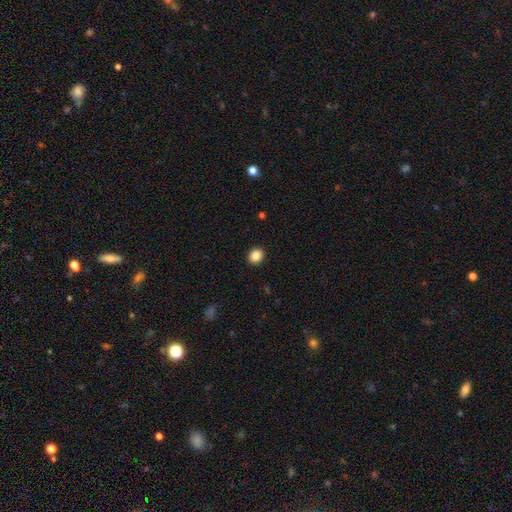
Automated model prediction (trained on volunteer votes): Overall: smooth (86%). How rounded: round (74%). Merging: none (93%).